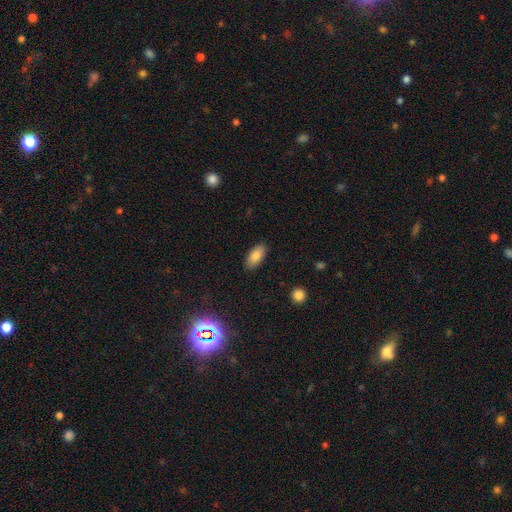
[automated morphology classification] smooth-or-featured: smooth: 84% | featured or disk: 9% | star or artifact: 8%
  how-rounded: in between: 90% | cigar-shaped: 8% | round: 2%
  merging: none: 88% | minor disturbance: 9% | major disturbance: 2% | merger: 1%